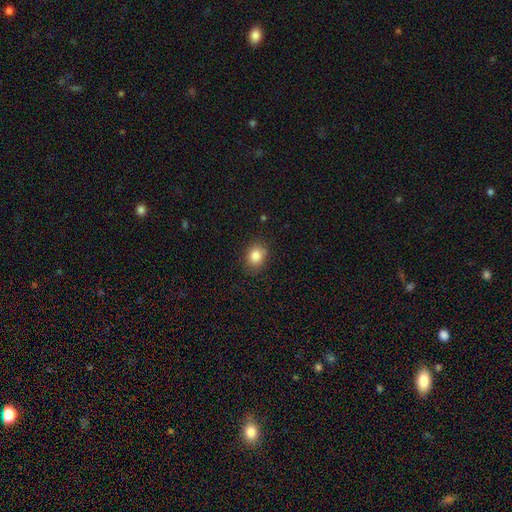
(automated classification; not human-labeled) smooth 84%, star or artifact 10%, featured or disk 6%. Down the decision tree: how rounded — in between (50%); merging — none (82%).